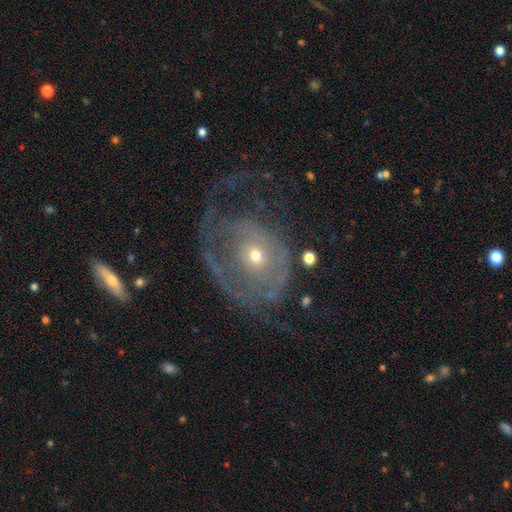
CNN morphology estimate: The model was most divided on "merging": major disturbance: 44%, none: 34%, minor disturbance: 19%, merger: 3%. More confident: edge-on disk — no (96%); bar — no (80%); smooth or featured — featured or disk (73%); spiral arms — yes (65%); bulge size — small (58%).